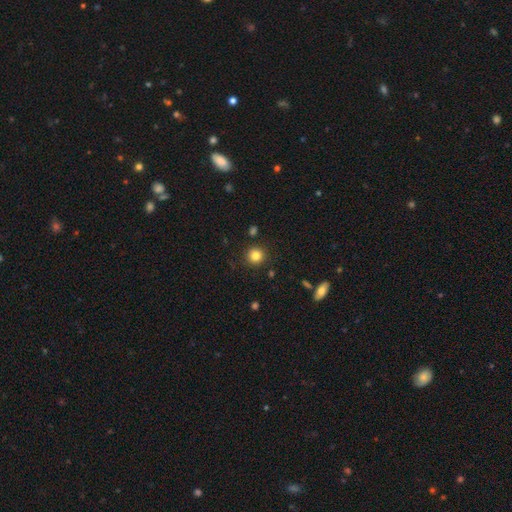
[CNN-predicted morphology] Smooth or featured? Predicted: smooth (p=0.83). How rounded? Predicted: round (p=0.93). Merging? Predicted: none (p=0.89).